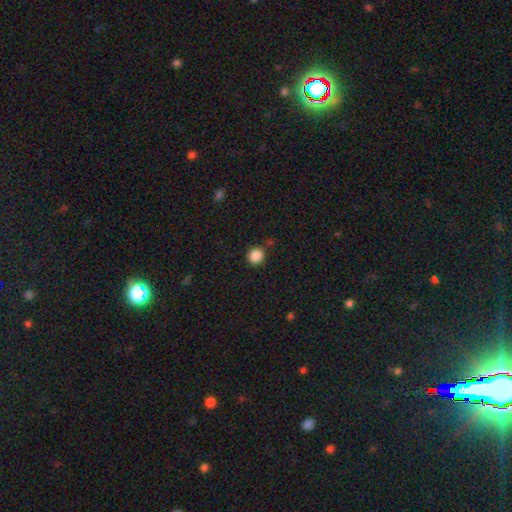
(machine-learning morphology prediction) smooth 87%, star or artifact 10%, featured or disk 3%. Down the decision tree: how rounded — round (90%); merging — none (87%).